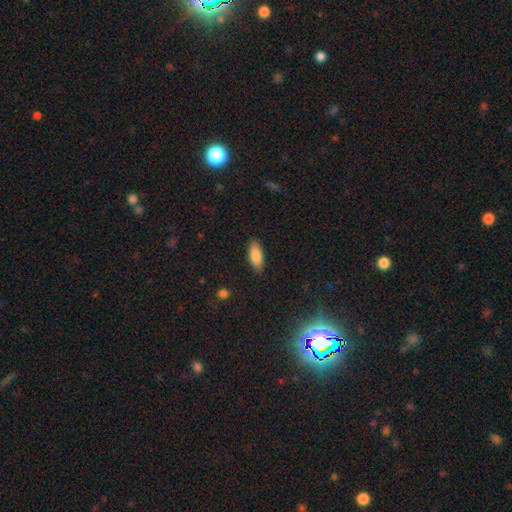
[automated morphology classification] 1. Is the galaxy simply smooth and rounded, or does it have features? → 86% smooth, 8% featured or disk, 6% star or artifact.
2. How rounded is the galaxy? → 79% in between, 19% cigar-shaped, 2% round.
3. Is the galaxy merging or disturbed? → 87% none, 10% minor disturbance, 2% major disturbance, 1% merger.